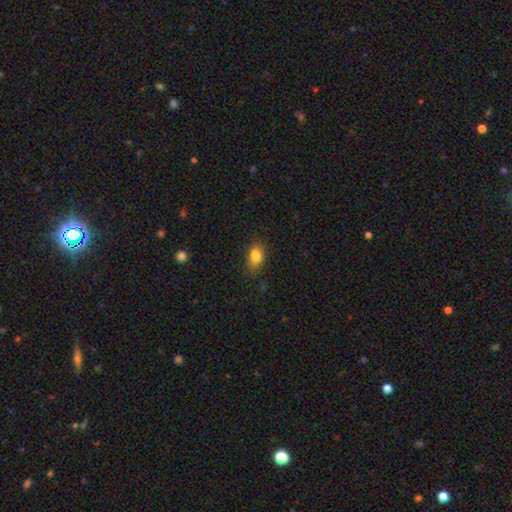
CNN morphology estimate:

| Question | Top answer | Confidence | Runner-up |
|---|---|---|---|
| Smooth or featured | smooth | 80% | star or artifact (11%) |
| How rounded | in between | 80% | round (17%) |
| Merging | none | 63% | minor disturbance (24%) |